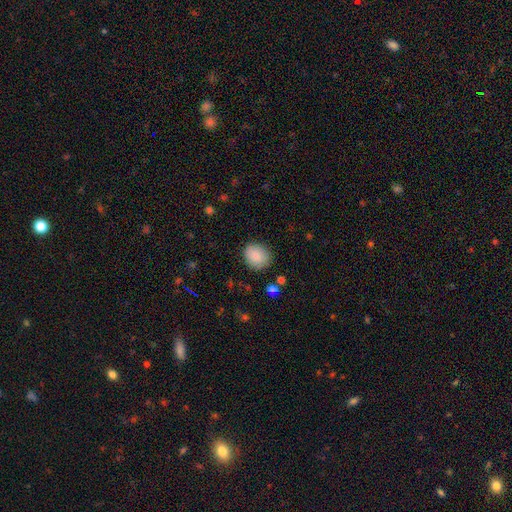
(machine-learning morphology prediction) smooth_or_featured: smooth (p=0.87) [alt: star or artifact p=0.08]
how_rounded: round (p=0.69) [alt: in between p=0.30]
merging: none (p=0.85) [alt: minor disturbance p=0.10]